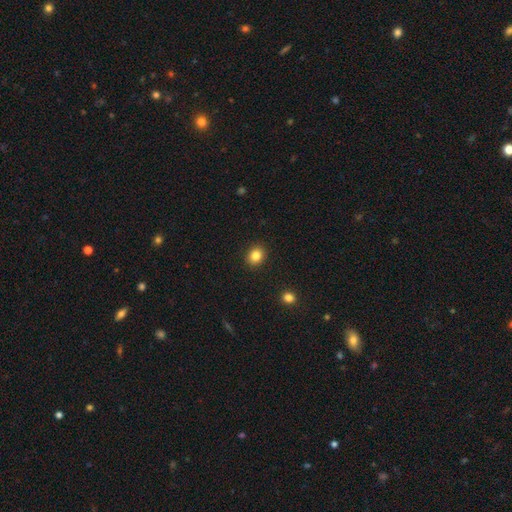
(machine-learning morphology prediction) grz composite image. It shows a smooth galaxy with no disk features (84%) that is round (59%). Merging: none (91%).